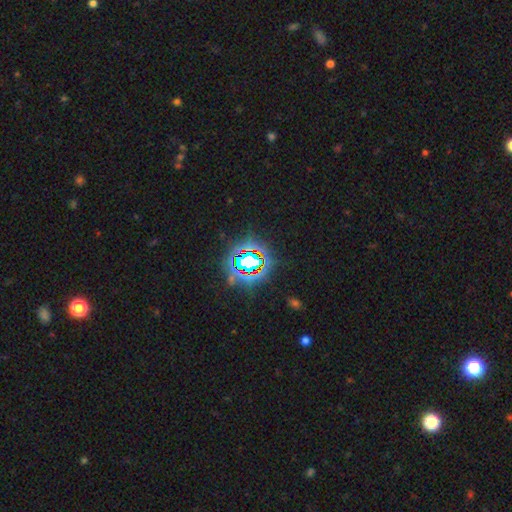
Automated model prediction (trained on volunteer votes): The model was most divided on "smooth or featured": star or artifact: 75%, smooth: 15%, featured or disk: 10%.